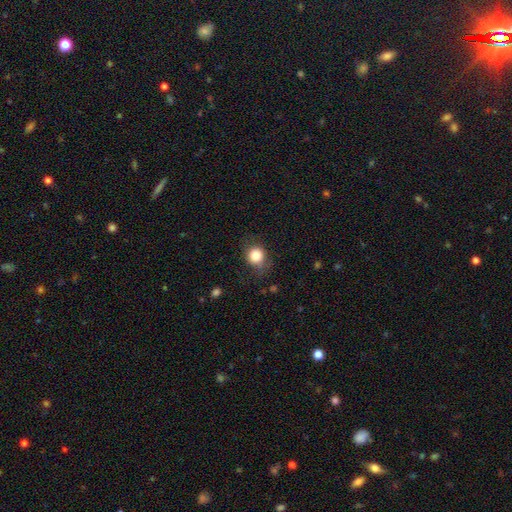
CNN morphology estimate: smooth 82%, star or artifact 10%, featured or disk 7%. Down the decision tree: how rounded — round (81%); merging — none (71%).